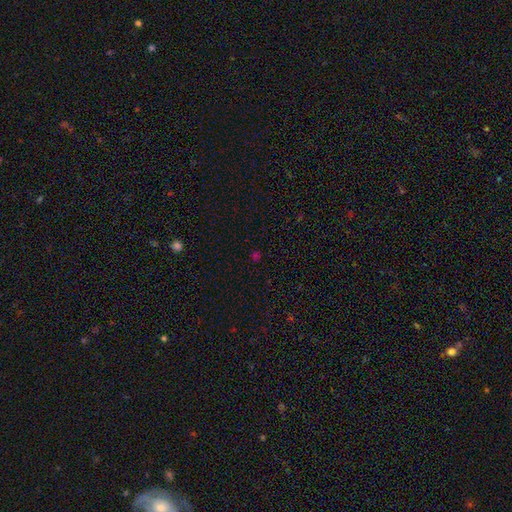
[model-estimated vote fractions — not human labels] Overall: star or artifact (50%; smooth 44%).